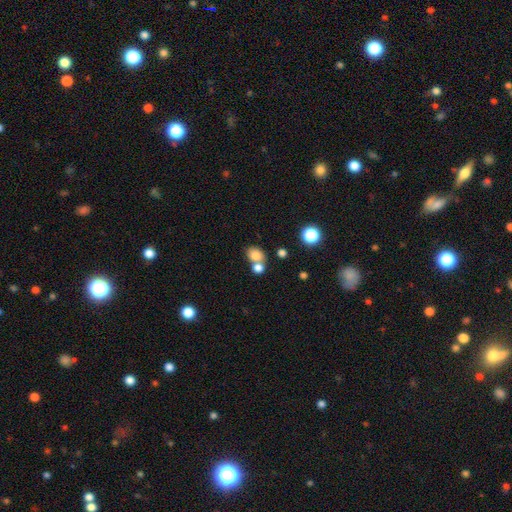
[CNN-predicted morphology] Smooth or featured: smooth — 80% (star or artifact — 11%)
How rounded: in between — 53% (round — 46%)
Merging: none — 45% (merger — 41%)